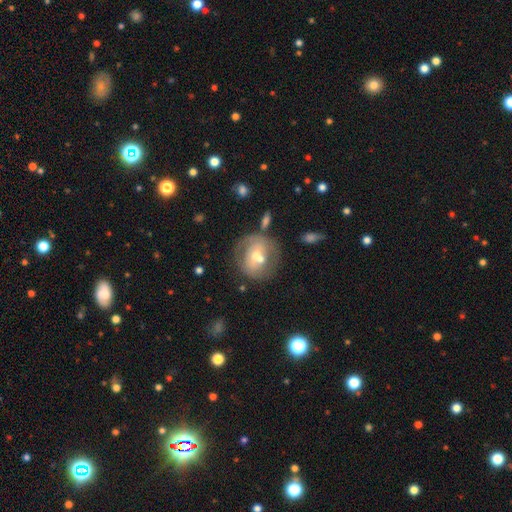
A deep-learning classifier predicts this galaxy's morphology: Q: Smooth or featured?
A: featured or disk (60%); runner-up: smooth (31%)
Q: Edge-on disk?
A: no (96%); runner-up: yes (4%)
Q: Bar?
A: no (52%); runner-up: weak (35%)
Q: Spiral arms?
A: yes (60%); runner-up: no (40%)
Q: Bulge size?
A: moderate (59%); runner-up: small (34%)
Q: Merging?
A: none (52%); runner-up: minor disturbance (19%)